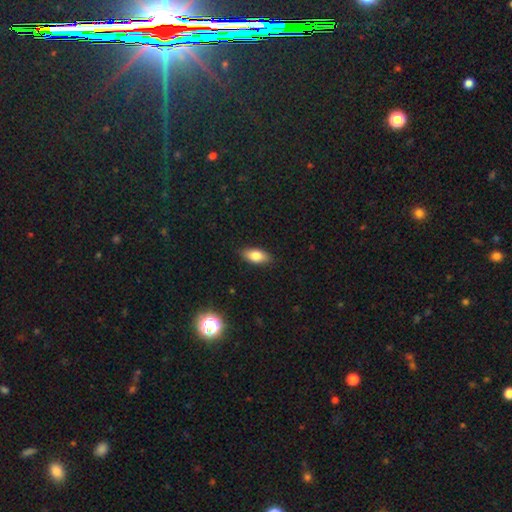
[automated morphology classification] Smooth or featured?
  - smooth: 80% *
  - featured or disk: 11%
  - star or artifact: 8%
How rounded?
  - in between: 86% *
  - cigar-shaped: 10%
  - round: 4%
Merging?
  - none: 87% *
  - minor disturbance: 10%
  - major disturbance: 2%
  - merger: 1%